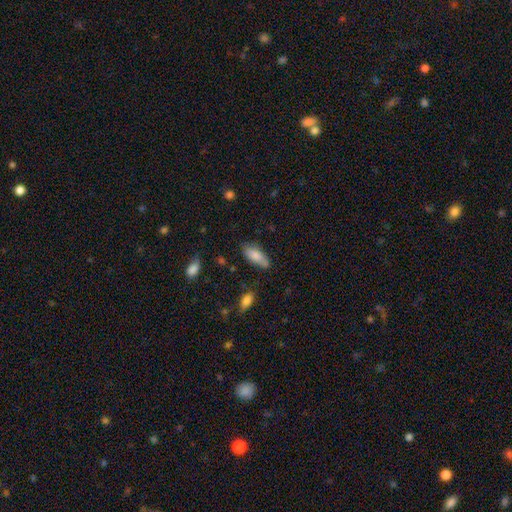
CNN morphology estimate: A smooth galaxy with no disk features (83%) that is in between round and cigar-shaped (76%).

Vote fractions:
- Smooth or featured? smooth: 83% / featured or disk: 10% / star or artifact: 7%
- How rounded? in between: 76% / cigar-shaped: 22% / round: 2%
- Merging? none: 68% / minor disturbance: 23% / major disturbance: 5% / merger: 4%